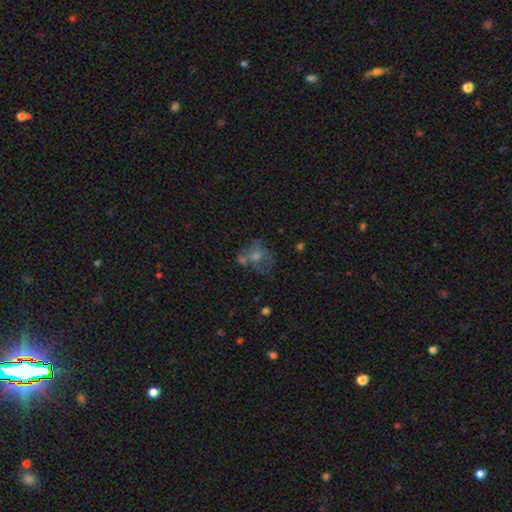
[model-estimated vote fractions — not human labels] Morphology: type=smooth (40%); merging=none (41%).